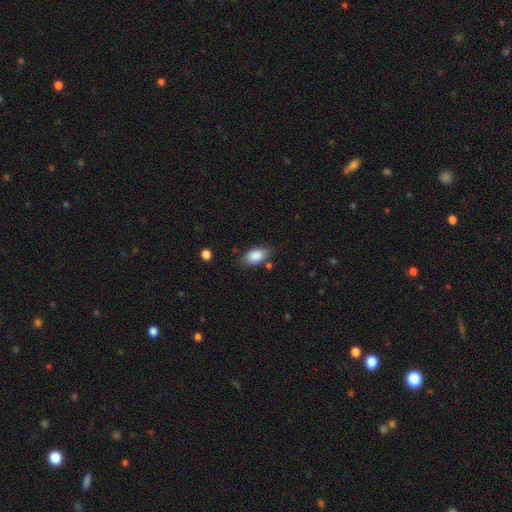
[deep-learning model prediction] smooth 87%, star or artifact 7%, featured or disk 6%. Down the decision tree: how rounded — in between (92%); merging — none (75%).